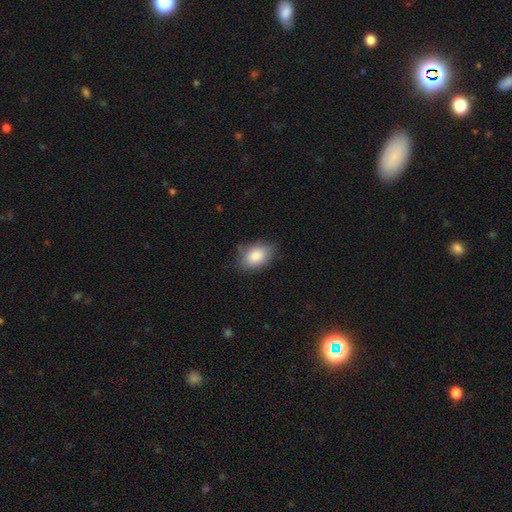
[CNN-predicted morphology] smooth_or_featured: smooth (p=0.85) [alt: featured or disk p=0.07]
how_rounded: in between (p=0.87) [alt: round p=0.11]
merging: none (p=0.76) [alt: minor disturbance p=0.19]